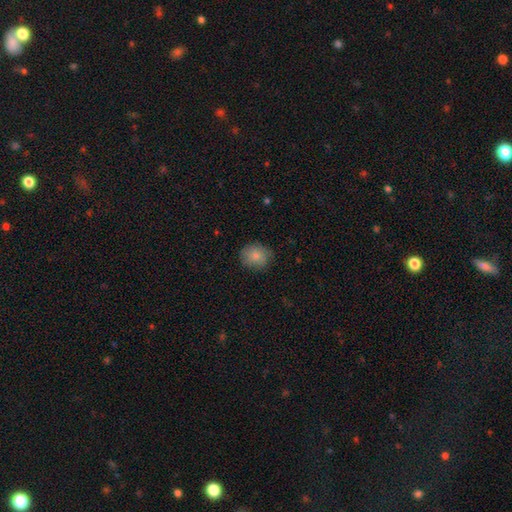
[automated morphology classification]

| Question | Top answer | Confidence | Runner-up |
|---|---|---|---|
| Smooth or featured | smooth | 84% | featured or disk (9%) |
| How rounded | round | 74% | in between (25%) |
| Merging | none | 80% | minor disturbance (15%) |